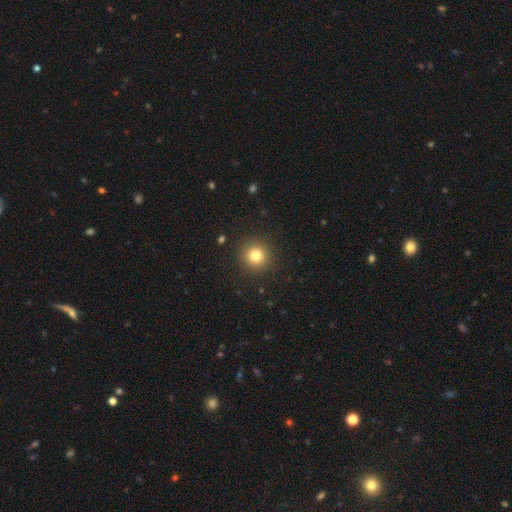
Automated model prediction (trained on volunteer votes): Morphology: type=smooth (80%); roundness=round (95%); merging=none (91%).